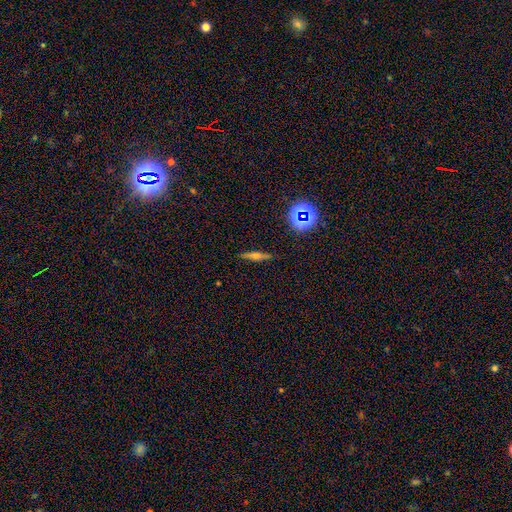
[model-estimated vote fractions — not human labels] A smooth galaxy with no disk features (45%).

Vote fractions:
- Smooth or featured? smooth: 45% / featured or disk: 40% / star or artifact: 16%
- Merging? none: 85% / minor disturbance: 11% / major disturbance: 3% / merger: 2%